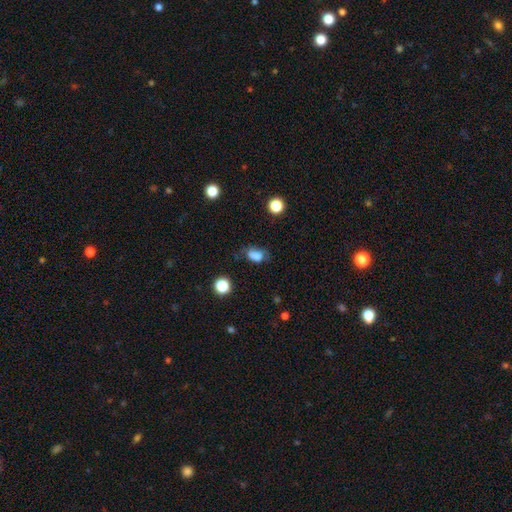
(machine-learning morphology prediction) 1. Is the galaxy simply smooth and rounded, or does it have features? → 77% smooth, 12% star or artifact, 10% featured or disk.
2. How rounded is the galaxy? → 80% in between, 17% round, 3% cigar-shaped.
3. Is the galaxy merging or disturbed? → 54% none, 29% minor disturbance, 12% major disturbance, 5% merger.